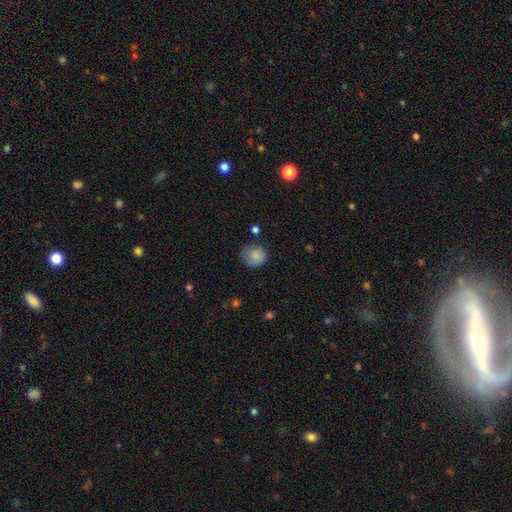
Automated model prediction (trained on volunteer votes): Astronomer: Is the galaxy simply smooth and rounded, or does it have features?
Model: smooth — 83%.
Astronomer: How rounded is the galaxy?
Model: round — 83%.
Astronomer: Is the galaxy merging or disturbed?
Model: none — 66%.